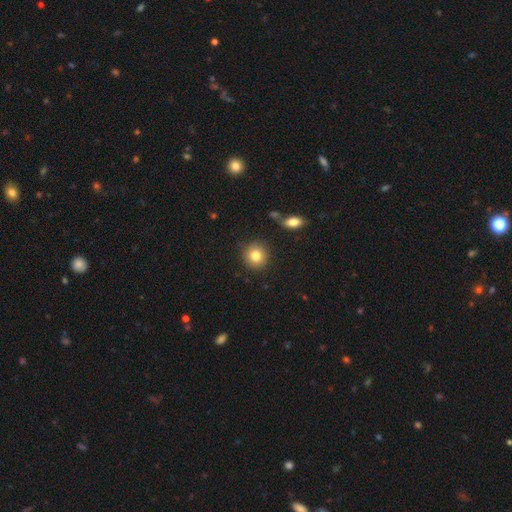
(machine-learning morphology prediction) This appears to be a smooth galaxy with no disk features (82%) that is round (91%). Merging: none (87%).